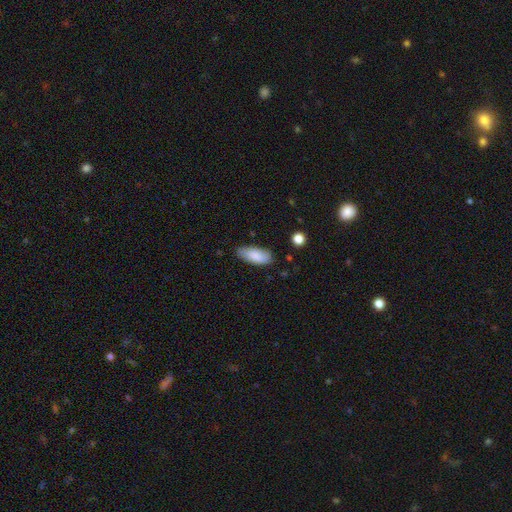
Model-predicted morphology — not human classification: smooth 86%, featured or disk 8%, star or artifact 6%. Down the decision tree: how rounded — in between (83%); merging — none (80%).